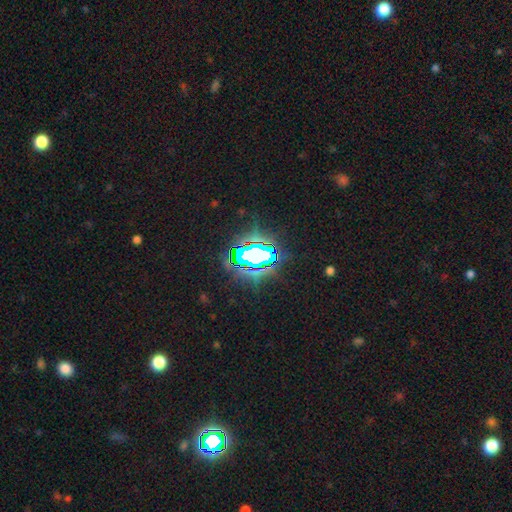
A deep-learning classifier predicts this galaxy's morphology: Smooth or featured?
  - star or artifact: 74% *
  - smooth: 14%
  - featured or disk: 12%